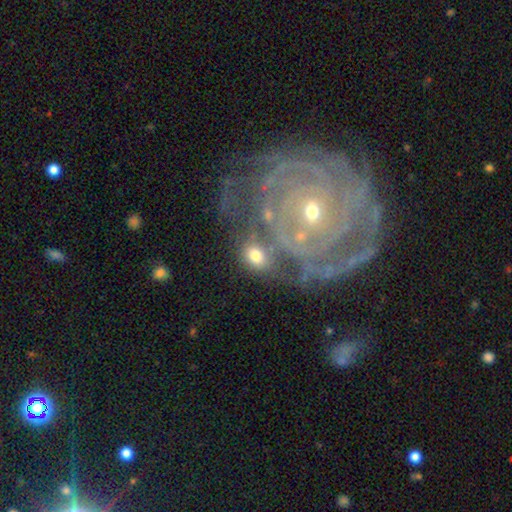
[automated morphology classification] Smooth or featured? Predicted: smooth (p=0.53). How rounded? Predicted: in between (p=0.59). Merging? Predicted: none (p=0.44).